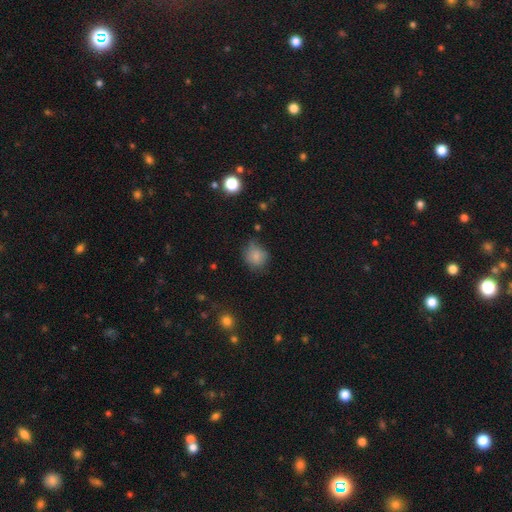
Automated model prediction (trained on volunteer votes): A smooth galaxy with no disk features (80%) that is round (75%).

Vote fractions:
- Smooth or featured? smooth: 80% / star or artifact: 11% / featured or disk: 9%
- How rounded? round: 75% / in between: 24% / cigar-shaped: 1%
- Merging? none: 60% / minor disturbance: 30% / major disturbance: 8% / merger: 3%